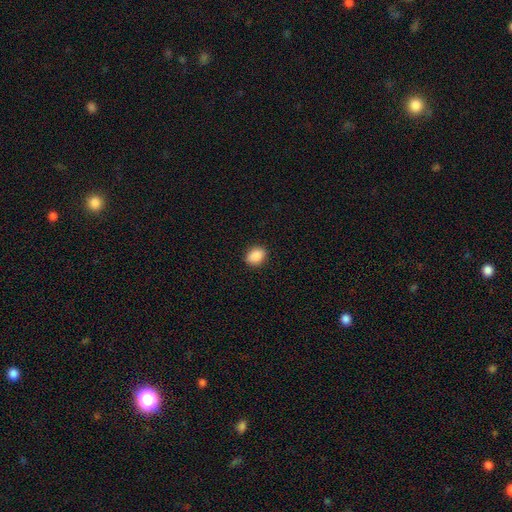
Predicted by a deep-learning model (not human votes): smooth-or-featured: smooth: 89% | star or artifact: 8% | featured or disk: 3%
  how-rounded: in between: 67% | round: 31% | cigar-shaped: 1%
  merging: none: 89% | minor disturbance: 8% | major disturbance: 2% | merger: 1%